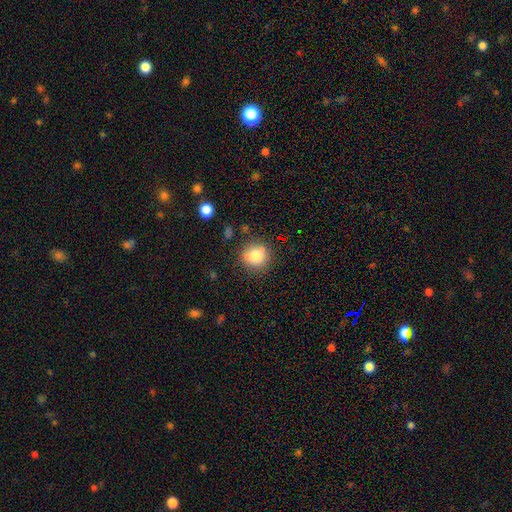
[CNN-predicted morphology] smooth 78%, star or artifact 11%, featured or disk 11%. Down the decision tree: how rounded — round (88%); merging — none (77%).